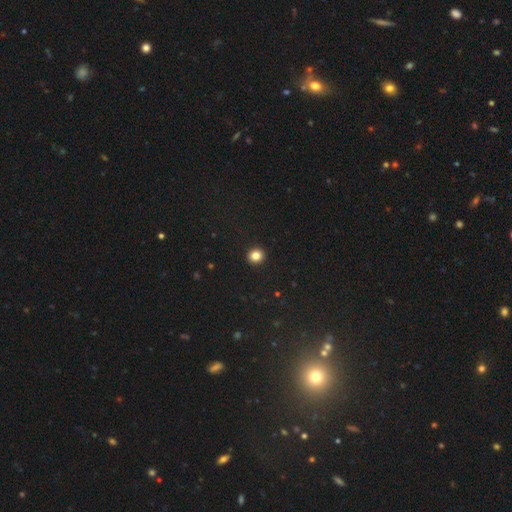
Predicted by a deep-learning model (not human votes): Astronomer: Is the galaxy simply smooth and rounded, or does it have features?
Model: smooth — 85%.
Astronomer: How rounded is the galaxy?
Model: round — 85%.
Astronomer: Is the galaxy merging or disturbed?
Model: none — 93%.